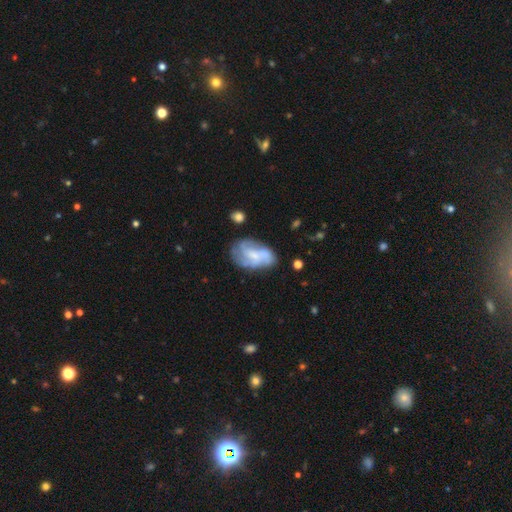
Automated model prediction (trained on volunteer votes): A featured or disk galaxy (64%) with no bar (60%), spiral arms (78%) and a small central bulge (45%). Merging: none (55%).